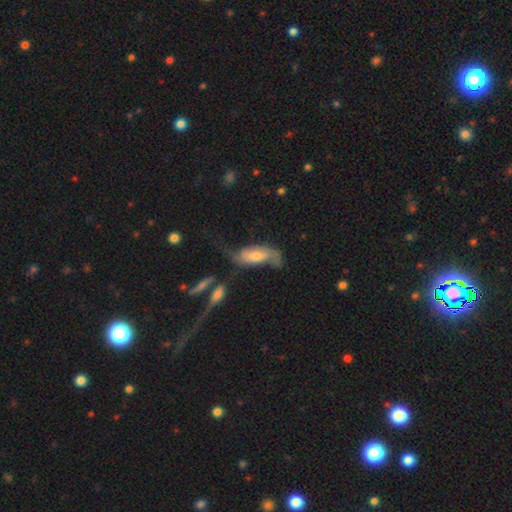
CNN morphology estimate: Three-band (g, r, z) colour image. It shows a featured or disk galaxy (58%). Merging: none (37%).